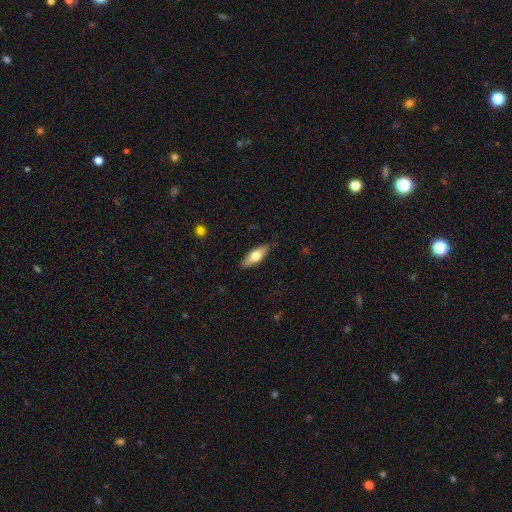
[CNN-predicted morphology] smooth-or-featured: smooth: 57% | featured or disk: 37% | star or artifact: 6%
  how-rounded: in between: 62% | cigar-shaped: 35% | round: 3%
  merging: none: 85% | minor disturbance: 12% | major disturbance: 2% | merger: 1%